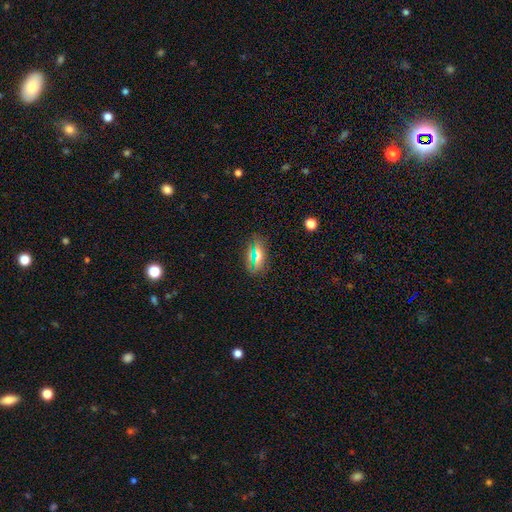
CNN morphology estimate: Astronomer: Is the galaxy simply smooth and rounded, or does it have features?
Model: smooth — 65%.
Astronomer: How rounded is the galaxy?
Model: in between — 79%.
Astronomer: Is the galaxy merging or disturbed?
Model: none — 83%.